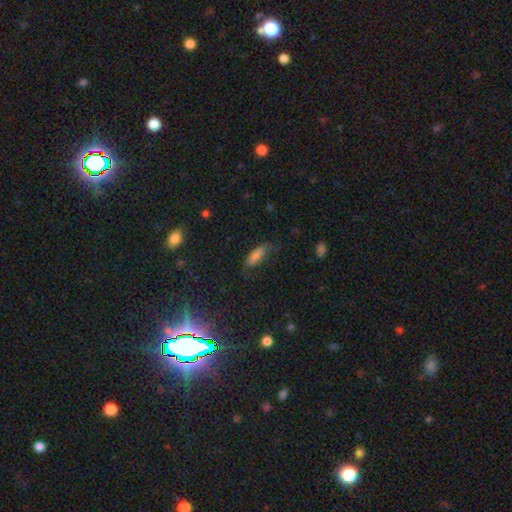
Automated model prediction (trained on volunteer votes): This appears to be a smooth galaxy with no disk features (77%) that is in between round and cigar-shaped (56%). Merging: none (61%).